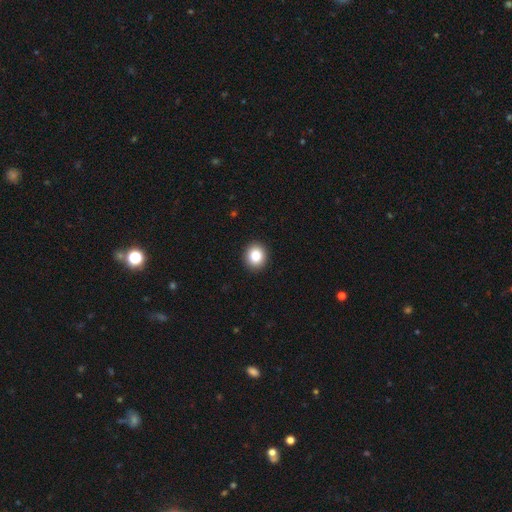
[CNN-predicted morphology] smooth_or_featured: smooth (p=0.85) [alt: star or artifact p=0.09]
how_rounded: round (p=0.78) [alt: in between p=0.21]
merging: none (p=0.93) [alt: minor disturbance p=0.05]